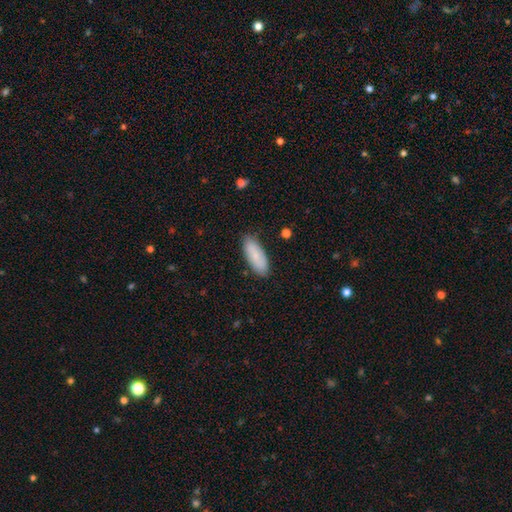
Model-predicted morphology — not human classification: smooth_or_featured: smooth (p=0.78) [alt: featured or disk p=0.16]
how_rounded: in between (p=0.78) [alt: cigar-shaped p=0.20]
merging: none (p=0.84) [alt: minor disturbance p=0.13]